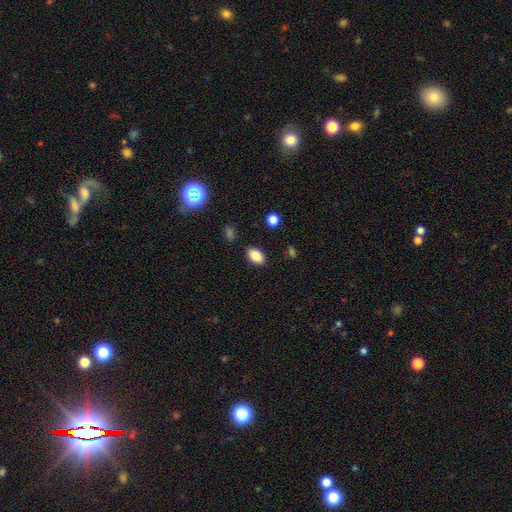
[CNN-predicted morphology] smooth-or-featured: smooth: 85% | star or artifact: 9% | featured or disk: 6%
  how-rounded: in between: 88% | round: 10% | cigar-shaped: 1%
  merging: none: 87% | minor disturbance: 9% | major disturbance: 2% | merger: 2%